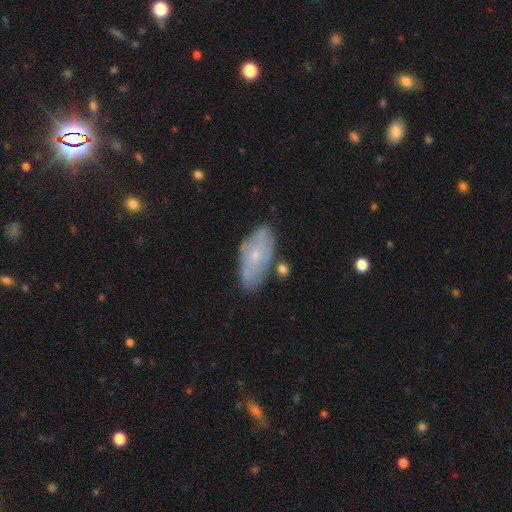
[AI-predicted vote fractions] Smooth or featured? Predicted: featured or disk (p=0.57). Edge-on disk? Predicted: no (p=0.90). Bar? Predicted: no (p=0.78). Spiral arms? Predicted: yes (p=0.63). Bulge size? Predicted: small (p=0.74). Merging? Predicted: none (p=0.72).